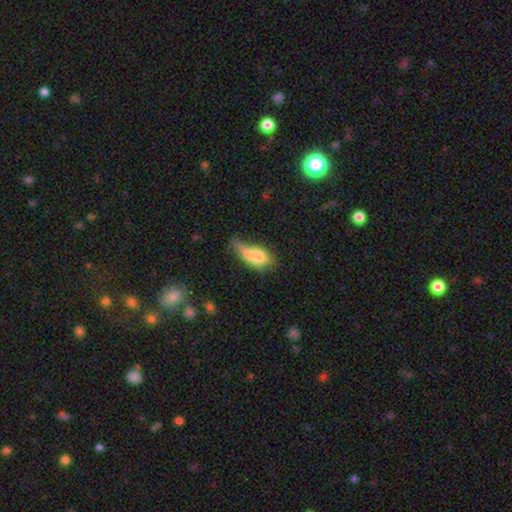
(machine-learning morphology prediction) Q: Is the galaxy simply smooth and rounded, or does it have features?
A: smooth — 70%.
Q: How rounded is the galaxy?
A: in between — 81%.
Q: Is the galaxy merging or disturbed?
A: minor disturbance — 35%.